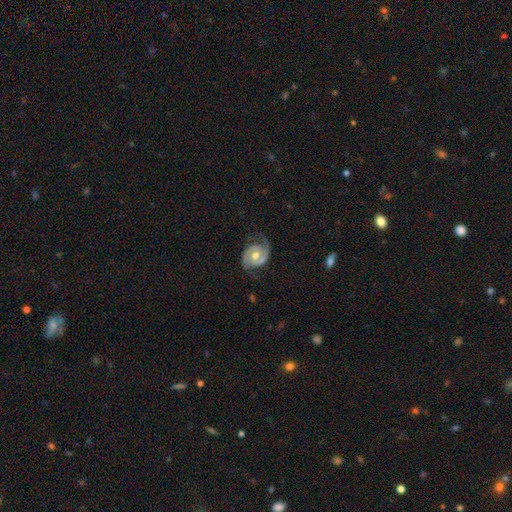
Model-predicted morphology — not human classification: A featured or disk galaxy (86%) with no bar (62%), 2 (87%) medium (44%) spiral arms (94%) and a moderate central bulge (78%). Merging: none (69%).